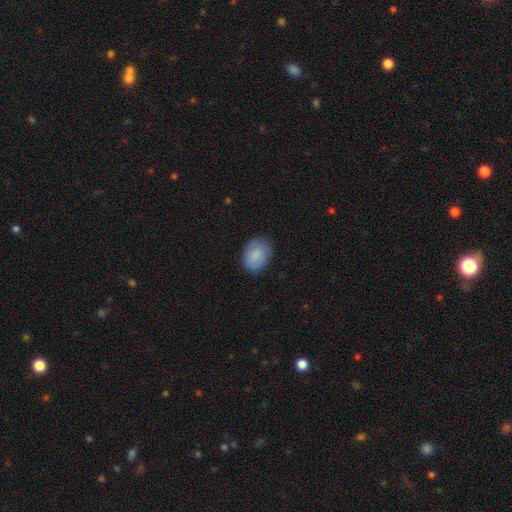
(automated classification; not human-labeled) The model was most divided on "how rounded": in between: 72%, round: 27%, cigar-shaped: 1%. More confident: smooth or featured — smooth (83%); merging — none (79%).